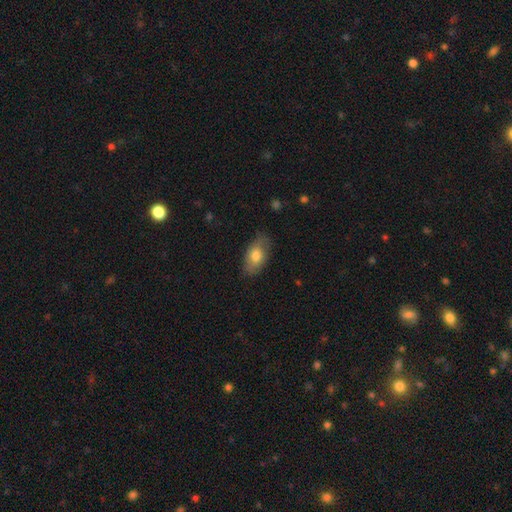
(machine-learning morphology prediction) The model was most divided on "smooth or featured": smooth: 74%, featured or disk: 19%, star or artifact: 7%. More confident: how rounded — in between (91%); merging — none (76%).